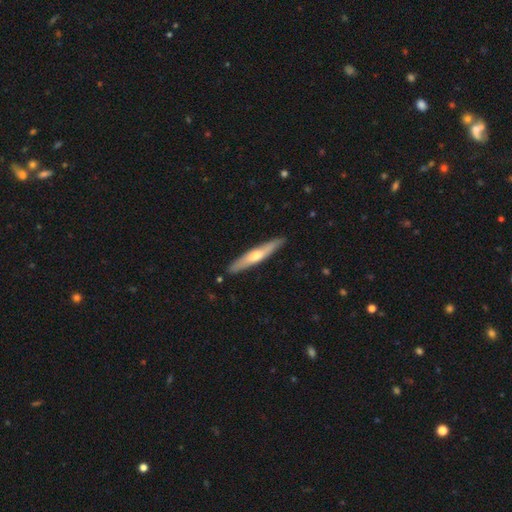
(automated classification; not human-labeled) This appears to be a featured or disk galaxy (49%). Merging: none (89%).